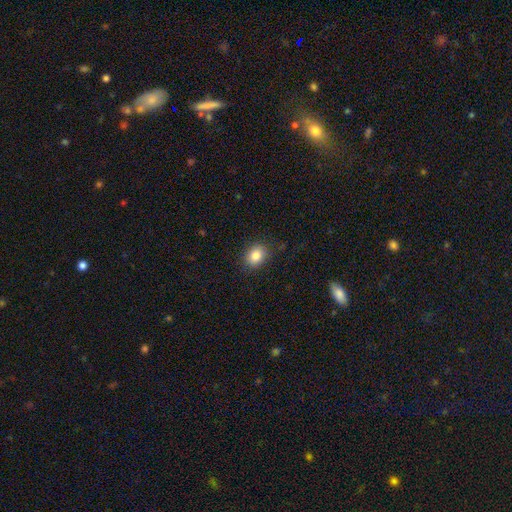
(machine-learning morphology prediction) Smooth or featured? smooth (85%)
How rounded? in between (58%)
Merging? none (85%)